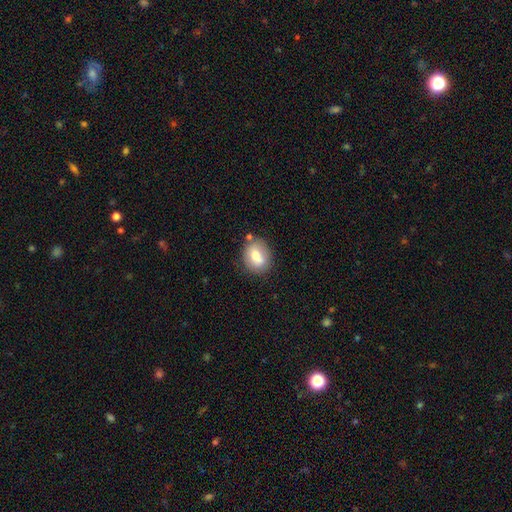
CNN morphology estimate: This appears to be a smooth galaxy with no disk features (70%) that is round (54%). Merging: none (71%).